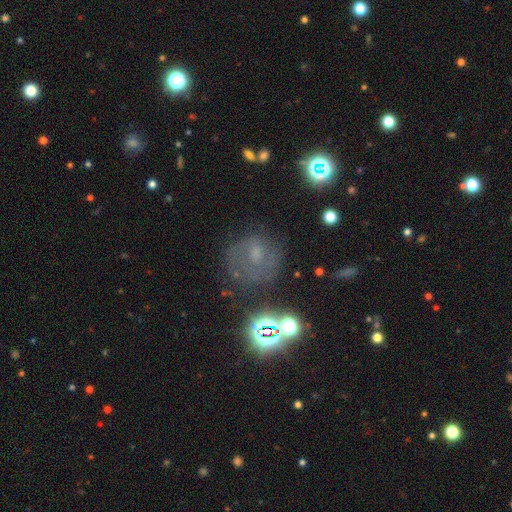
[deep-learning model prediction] The model was most divided on "smooth or featured": featured or disk: 38%, smooth: 33%, star or artifact: 28%. More confident: merging — none (63%).